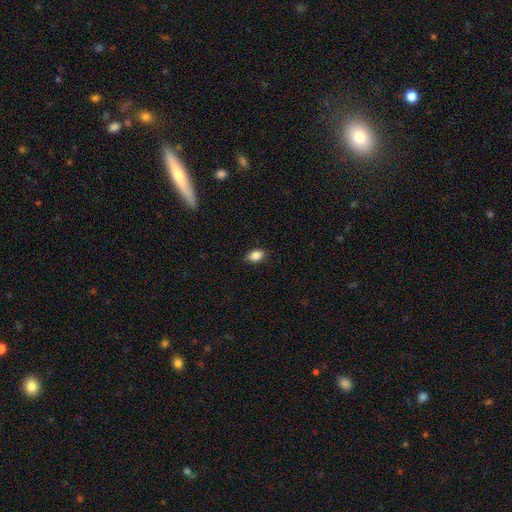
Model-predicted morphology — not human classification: The model was most divided on "how rounded": in between: 85%, round: 13%, cigar-shaped: 2%. More confident: smooth or featured — smooth (87%); merging — none (86%).